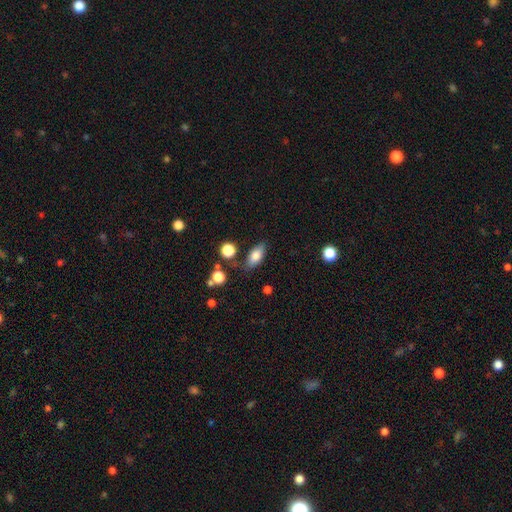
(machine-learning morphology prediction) This is likely a smooth galaxy (77%). How rounded: clearly in between (84%). Merging: likely none (75%).